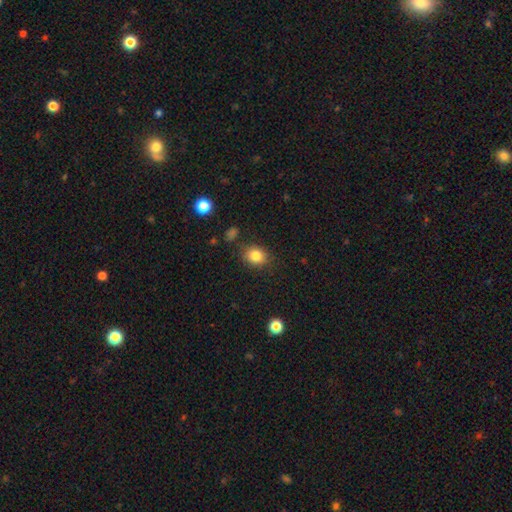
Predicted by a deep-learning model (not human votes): Smooth or featured?
  - smooth: 83% *
  - star or artifact: 10%
  - featured or disk: 7%
How rounded?
  - round: 57% *
  - in between: 42%
  - cigar-shaped: 1%
Merging?
  - none: 83% *
  - minor disturbance: 12%
  - major disturbance: 3%
  - merger: 2%